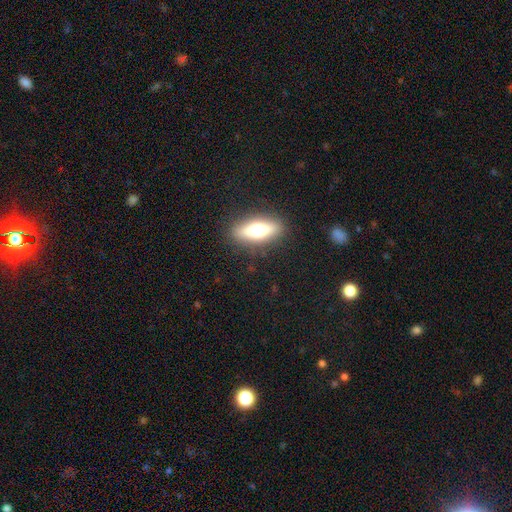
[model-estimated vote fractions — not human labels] Smooth or featured? Predicted: smooth (p=0.57). How rounded? Predicted: in between (p=0.57). Merging? Predicted: none (p=0.88).